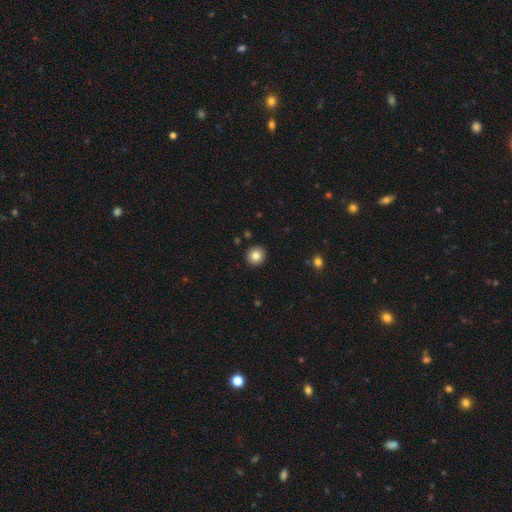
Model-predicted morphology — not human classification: Overall: smooth (82%). How rounded: round (92%). Merging: none (92%).